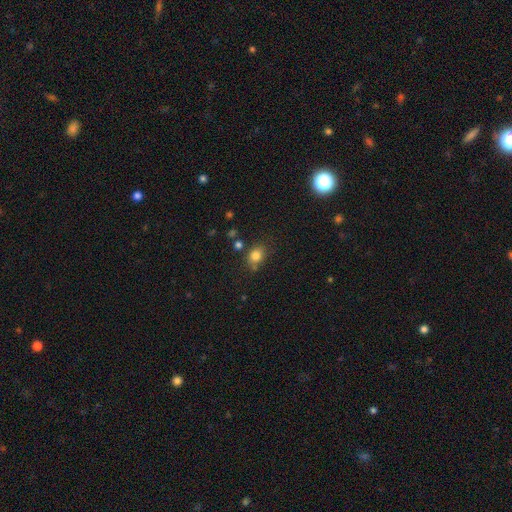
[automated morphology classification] A smooth galaxy with no disk features (81%) that is round (50%). Merging: none (71%).